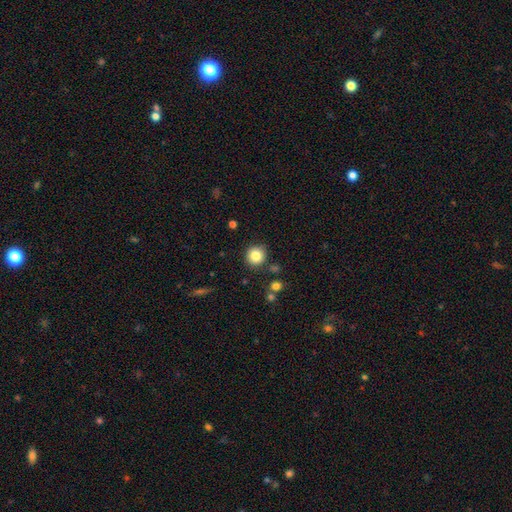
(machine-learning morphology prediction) smooth-or-featured: smooth: 84% | star or artifact: 10% | featured or disk: 6%
  how-rounded: round: 92% | in between: 7% | cigar-shaped: 1%
  merging: none: 87% | minor disturbance: 8% | merger: 3% | major disturbance: 2%